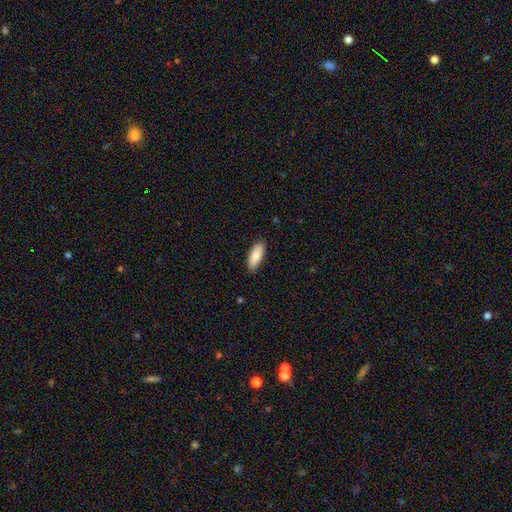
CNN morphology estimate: The model was most divided on "how rounded": in between: 79%, cigar-shaped: 19%, round: 2%. More confident: merging — none (88%); smooth or featured — smooth (86%).